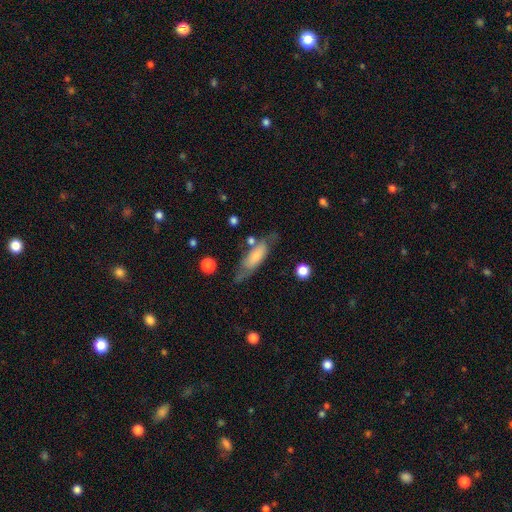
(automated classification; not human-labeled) smooth-or-featured: smooth: 64% | featured or disk: 30% | star or artifact: 6%
  how-rounded: in between: 54% | cigar-shaped: 43% | round: 2%
  merging: none: 56% | minor disturbance: 26% | major disturbance: 11% | merger: 7%